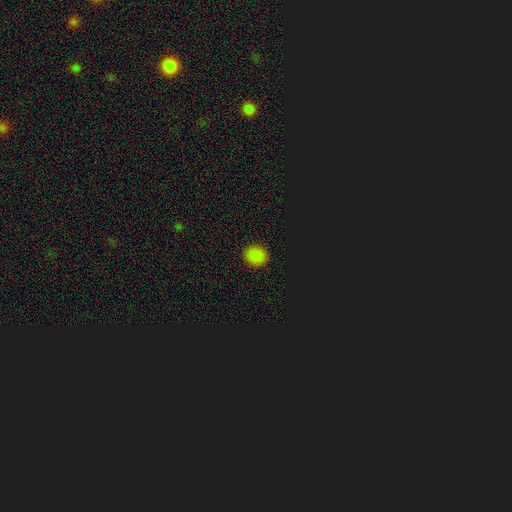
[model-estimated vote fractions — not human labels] Smooth or featured: smooth — 82% (star or artifact — 16%)
How rounded: round — 86% (in between — 13%)
Merging: none — 91% (minor disturbance — 6%)